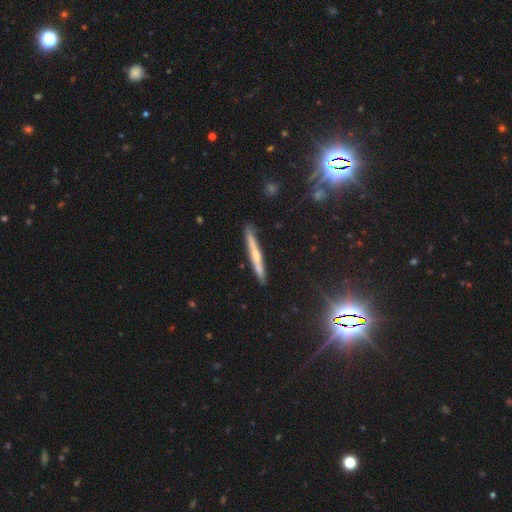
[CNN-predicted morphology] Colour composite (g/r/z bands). It shows a featured or disk galaxy (53%) viewed edge-on (96%) with a rounded central bulge (53%). Merging: none (88%).